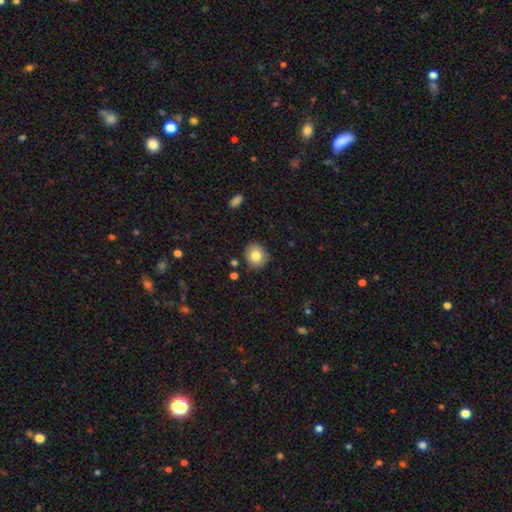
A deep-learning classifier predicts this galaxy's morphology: A smooth galaxy with no disk features (81%) that is round (76%).

Vote fractions:
- Smooth or featured? smooth: 81% / featured or disk: 10% / star or artifact: 9%
- How rounded? round: 76% / in between: 23% / cigar-shaped: 1%
- Merging? none: 84% / minor disturbance: 12% / major disturbance: 2% / merger: 2%